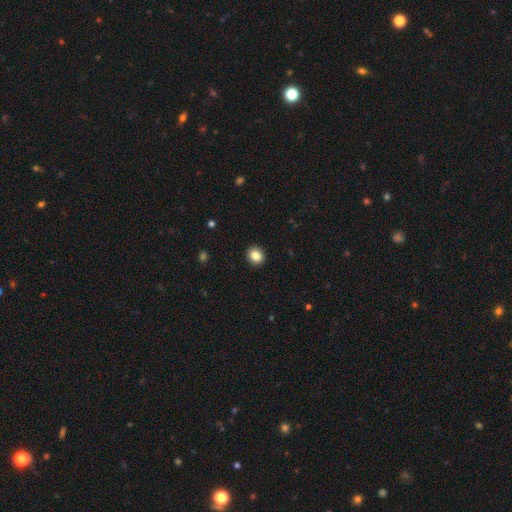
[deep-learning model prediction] A smooth galaxy with no disk features (84%) that is round (83%).

Vote fractions:
- Smooth or featured? smooth: 84% / star or artifact: 10% / featured or disk: 6%
- How rounded? round: 83% / in between: 16% / cigar-shaped: 1%
- Merging? none: 93% / minor disturbance: 5% / major disturbance: 1% / merger: 1%